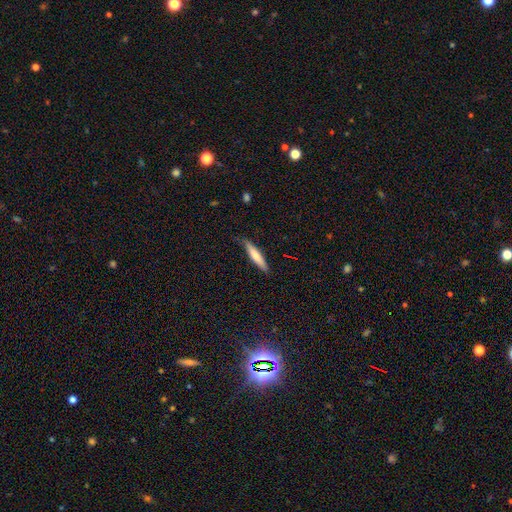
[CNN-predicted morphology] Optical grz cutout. It shows a smooth galaxy with no disk features (68%) that is cigar-shaped (88%). Merging: none (79%).